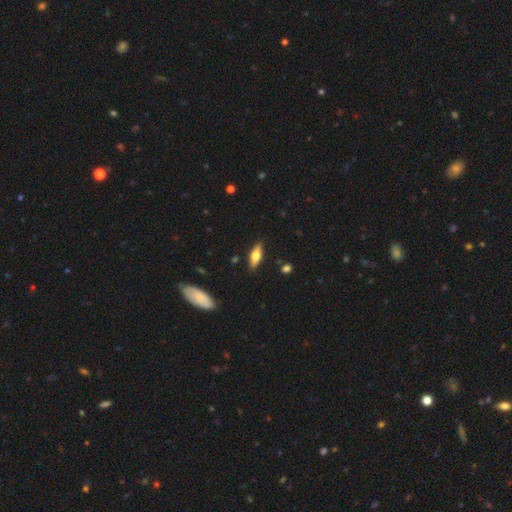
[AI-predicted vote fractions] This is possibly a smooth galaxy (55%). How rounded: likely in between (60%). Merging: clearly none (87%).